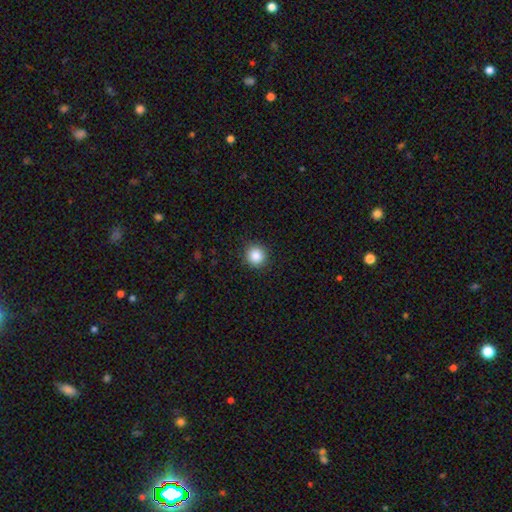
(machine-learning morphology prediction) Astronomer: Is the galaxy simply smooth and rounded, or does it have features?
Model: smooth — 87%.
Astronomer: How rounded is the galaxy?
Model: round — 93%.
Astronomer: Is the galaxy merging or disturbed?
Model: none — 91%.